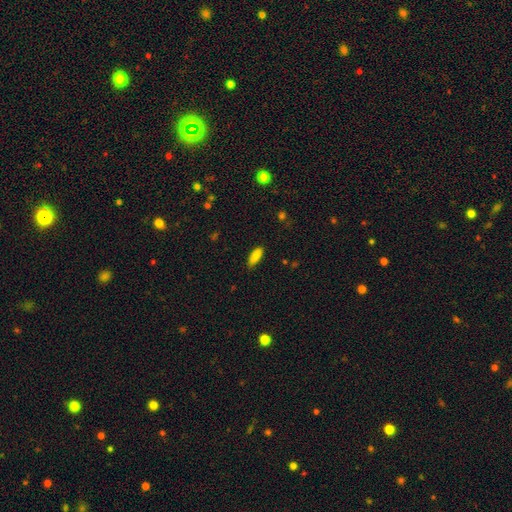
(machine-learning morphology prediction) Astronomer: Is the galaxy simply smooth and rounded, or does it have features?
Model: smooth — 87%.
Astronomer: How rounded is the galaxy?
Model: in between — 67%.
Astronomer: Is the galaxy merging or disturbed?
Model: none — 83%.